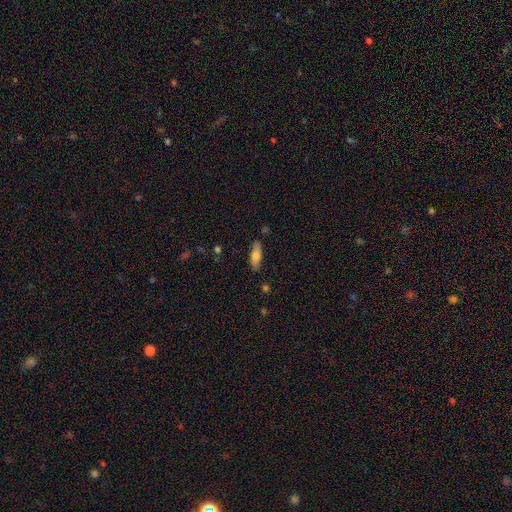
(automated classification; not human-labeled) Smooth or featured? Predicted: smooth (p=0.73). How rounded? Predicted: in between (p=0.57). Merging? Predicted: none (p=0.84).